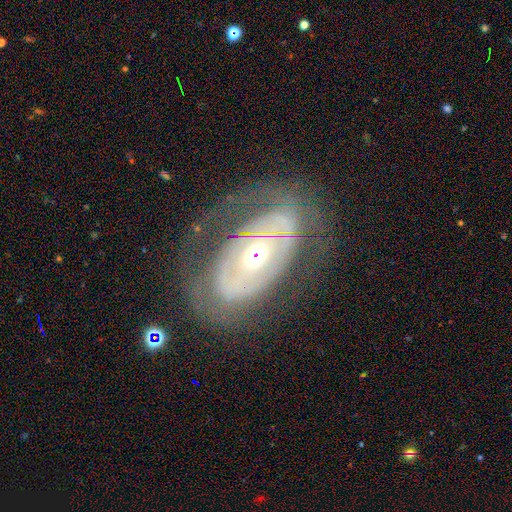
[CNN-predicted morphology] Smooth or featured? Predicted: featured or disk (p=0.71). Edge-on disk? Predicted: no (p=0.93). Bar? Predicted: no (p=0.72). Spiral arms? Predicted: yes (p=0.56). Bulge size? Predicted: moderate (p=0.58). Merging? Predicted: none (p=0.43).